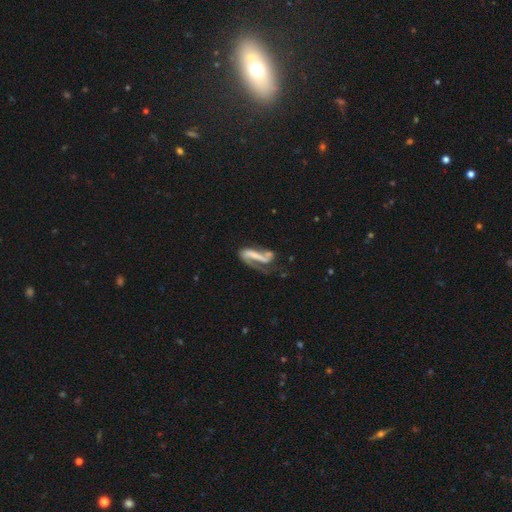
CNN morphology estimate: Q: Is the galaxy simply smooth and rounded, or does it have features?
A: featured or disk — 68%.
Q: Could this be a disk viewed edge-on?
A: no — 88%.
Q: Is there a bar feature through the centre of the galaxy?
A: strong — 52%.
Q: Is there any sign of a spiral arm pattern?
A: yes — 78%.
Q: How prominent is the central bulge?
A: none — 56%.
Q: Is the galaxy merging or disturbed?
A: major disturbance — 39%.